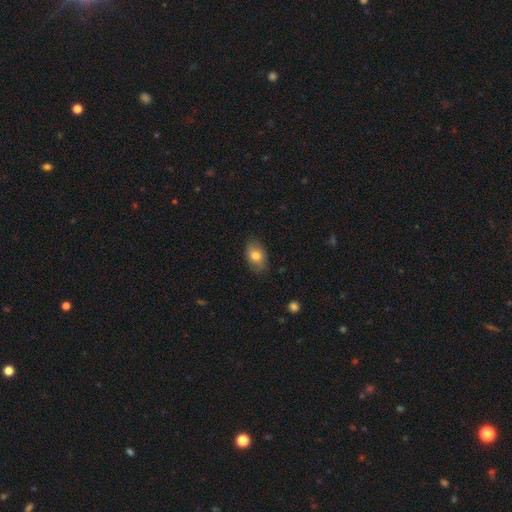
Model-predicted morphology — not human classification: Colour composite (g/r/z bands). It shows a smooth galaxy with no disk features (75%) that is in between round and cigar-shaped (86%). Merging: none (78%).